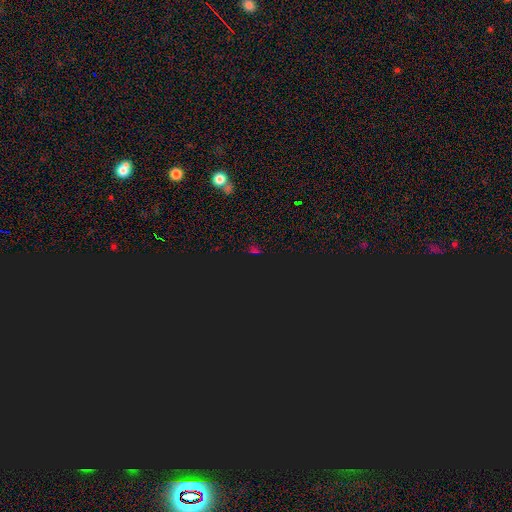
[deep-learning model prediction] Smooth or featured? Predicted: star or artifact (p=0.72).